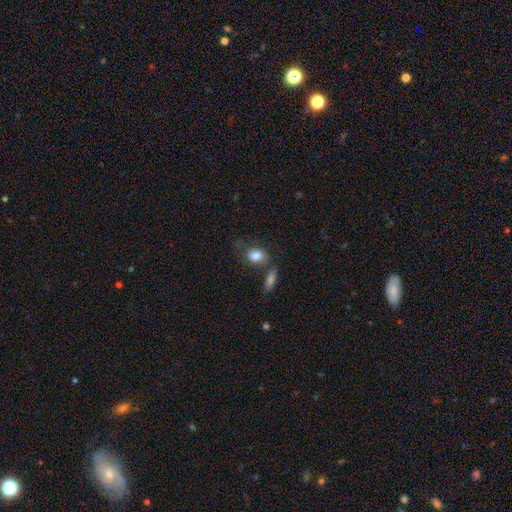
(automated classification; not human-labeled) Morphology: type=smooth (84%); roundness=in between (70%); merging=none (54%).